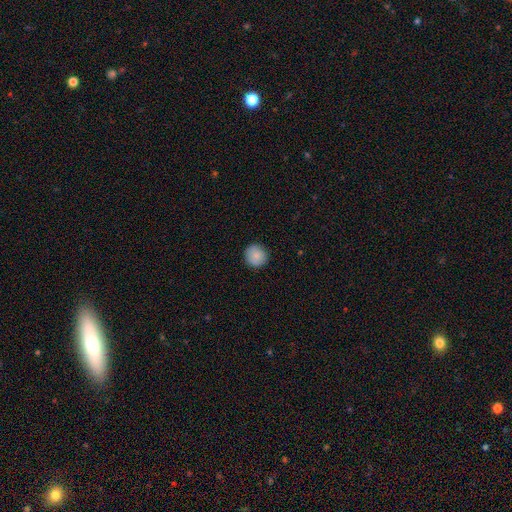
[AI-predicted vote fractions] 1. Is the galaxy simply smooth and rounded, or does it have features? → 86% smooth, 8% star or artifact, 6% featured or disk.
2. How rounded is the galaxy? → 94% round, 5% in between, 1% cigar-shaped.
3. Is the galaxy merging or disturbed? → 90% none, 7% minor disturbance, 2% major disturbance, 1% merger.